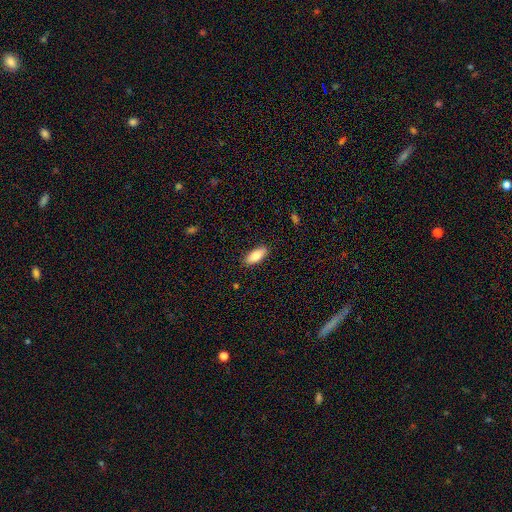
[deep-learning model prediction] This appears to be a smooth galaxy with no disk features (83%) that is in between round and cigar-shaped (79%). Merging: none (87%).